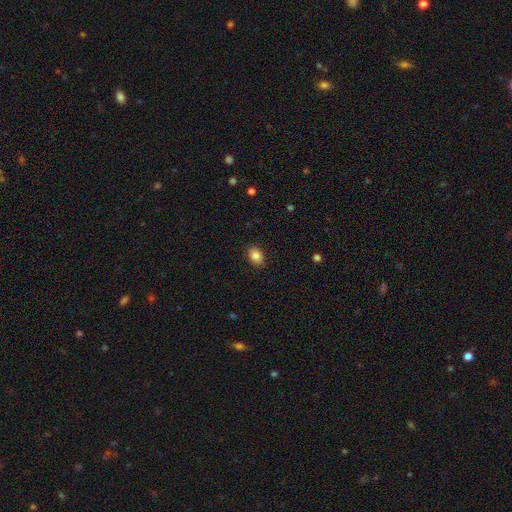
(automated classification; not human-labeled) Smooth or featured?
  - smooth: 85% *
  - star or artifact: 9%
  - featured or disk: 6%
How rounded?
  - in between: 64% *
  - round: 35%
  - cigar-shaped: 1%
Merging?
  - none: 88% *
  - minor disturbance: 9%
  - major disturbance: 2%
  - merger: 1%